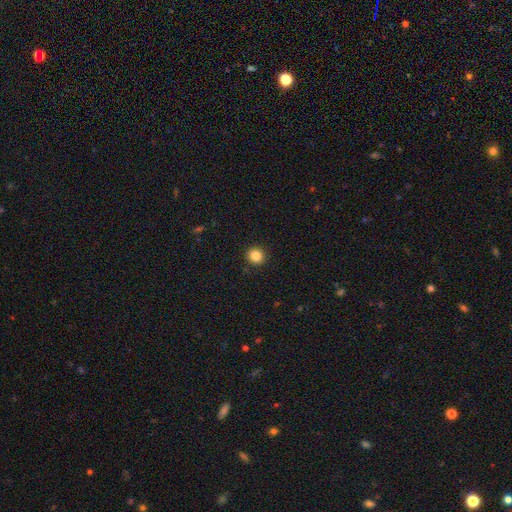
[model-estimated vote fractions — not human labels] Morphology: type=smooth (85%); roundness=round (89%); merging=none (92%).